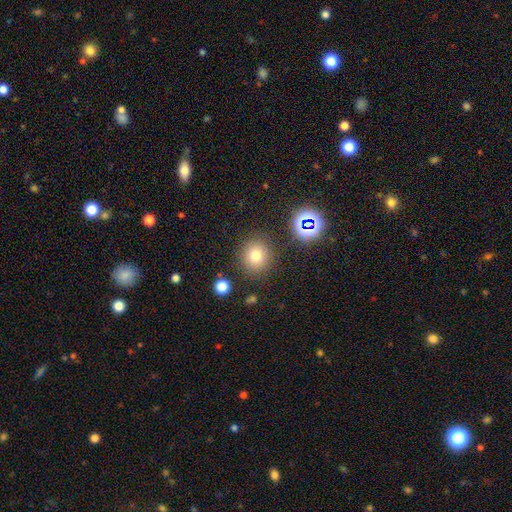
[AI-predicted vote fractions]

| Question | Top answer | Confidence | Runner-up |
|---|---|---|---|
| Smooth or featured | smooth | 75% | star or artifact (16%) |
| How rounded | round | 89% | in between (10%) |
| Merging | none | 85% | minor disturbance (8%) |